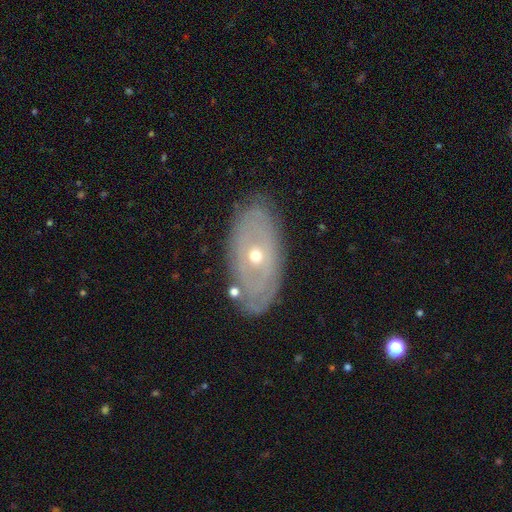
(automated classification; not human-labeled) Morphology: type=featured or disk (71%); edge-on=no (87%); bar=no (82%); spiral arms=yes (56%); bulge=small (53%); merging=none (84%).